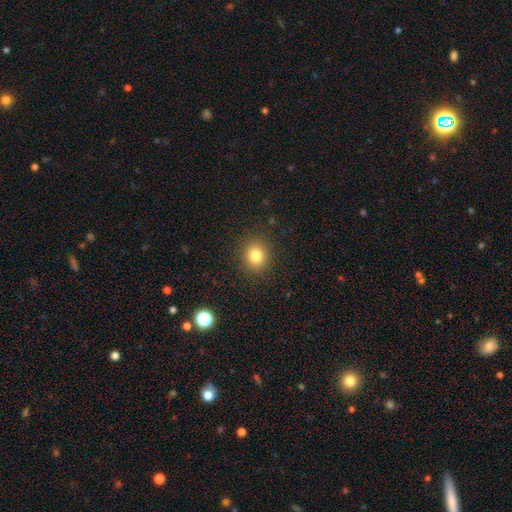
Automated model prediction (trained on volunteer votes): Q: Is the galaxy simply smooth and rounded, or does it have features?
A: smooth — 81%.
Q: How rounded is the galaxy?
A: round — 73%.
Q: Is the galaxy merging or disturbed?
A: none — 89%.